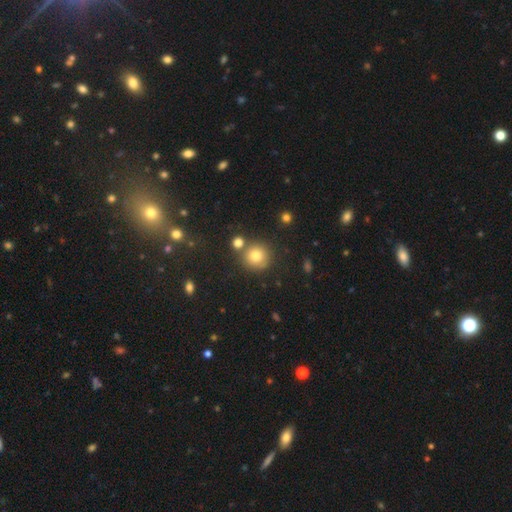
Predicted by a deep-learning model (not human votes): smooth 79%, star or artifact 12%, featured or disk 9%. Down the decision tree: how rounded — round (92%); merging — none (74%).